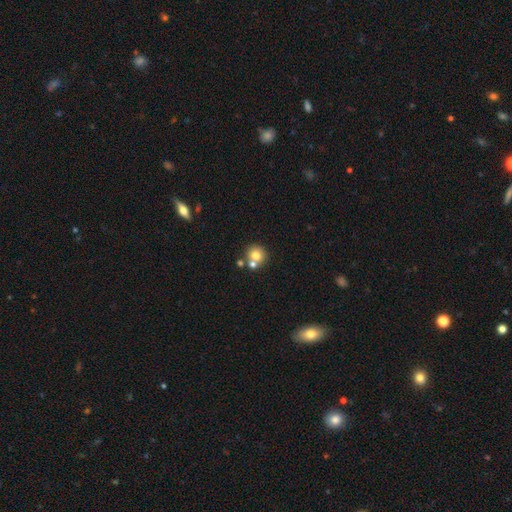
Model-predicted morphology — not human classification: A smooth galaxy with no disk features (74%) that is round (89%).

Vote fractions:
- Smooth or featured? smooth: 74% / featured or disk: 14% / star or artifact: 12%
- How rounded? round: 89% / in between: 10% / cigar-shaped: 1%
- Merging? none: 59% / merger: 31% / minor disturbance: 8% / major disturbance: 3%